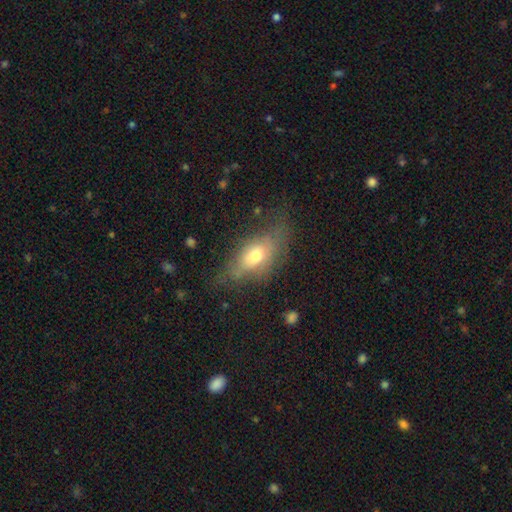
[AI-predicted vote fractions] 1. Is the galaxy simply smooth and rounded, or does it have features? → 60% smooth, 31% featured or disk, 9% star or artifact.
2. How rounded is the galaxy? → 80% in between, 14% cigar-shaped, 6% round.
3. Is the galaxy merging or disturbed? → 54% none, 28% minor disturbance, 16% major disturbance, 2% merger.